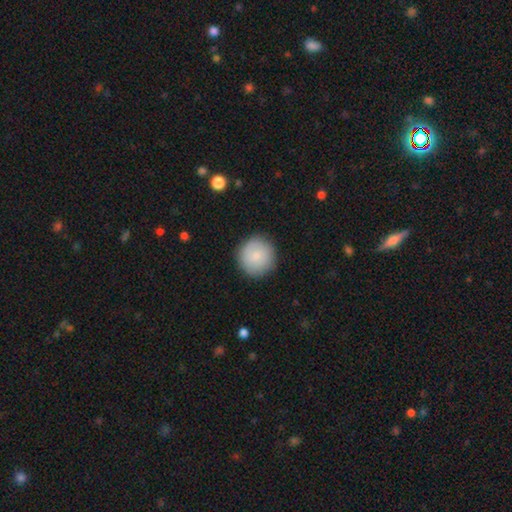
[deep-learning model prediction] Q: Smooth or featured?
A: smooth (82%); runner-up: featured or disk (11%)
Q: How rounded?
A: round (94%); runner-up: in between (5%)
Q: Merging?
A: none (88%); runner-up: minor disturbance (8%)